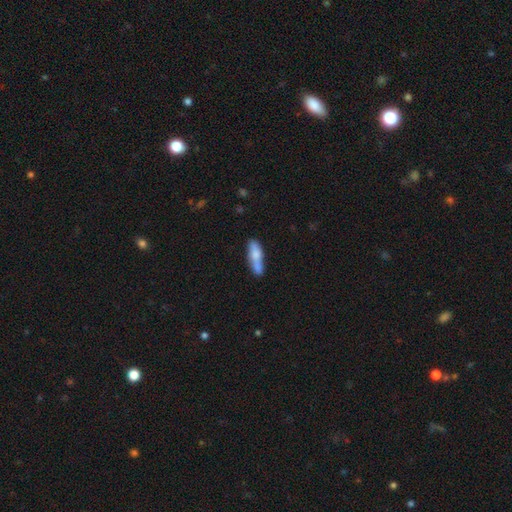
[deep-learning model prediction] Smooth or featured? smooth (68%)
How rounded? cigar-shaped (60%)
Merging? none (59%)